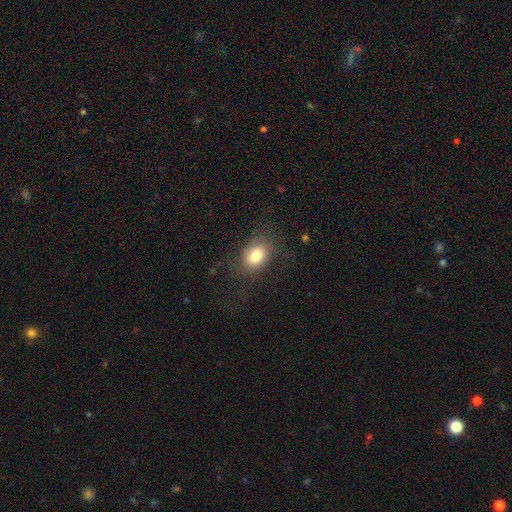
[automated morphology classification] smooth_or_featured: smooth (p=0.79) [alt: featured or disk p=0.11]
how_rounded: in between (p=0.72) [alt: round p=0.27]
merging: none (p=0.74) [alt: minor disturbance p=0.15]